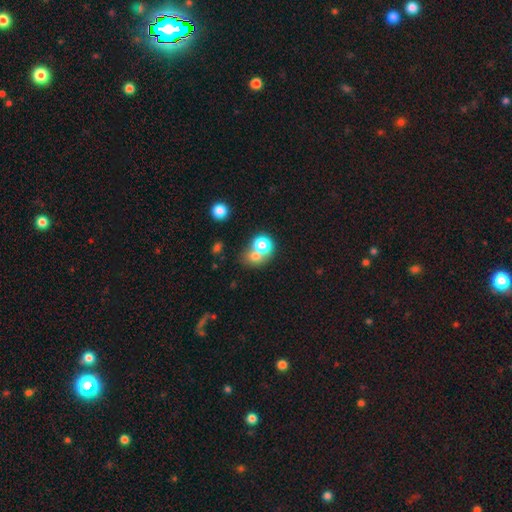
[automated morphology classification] Smooth or featured?
  - smooth: 70% *
  - featured or disk: 16%
  - star or artifact: 14%
How rounded?
  - round: 68% *
  - in between: 31%
  - cigar-shaped: 1%
Merging?
  - merger: 56% *
  - none: 32%
  - minor disturbance: 7%
  - major disturbance: 5%